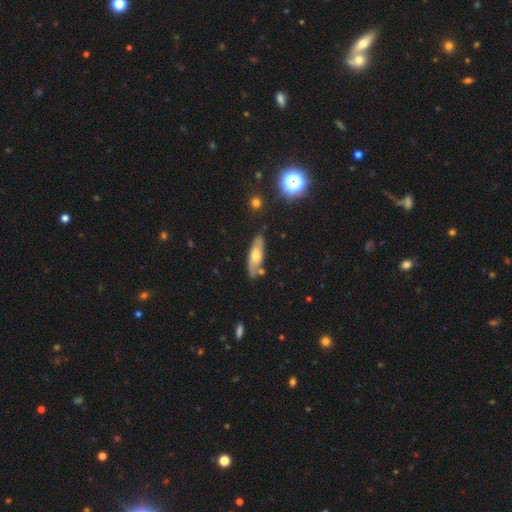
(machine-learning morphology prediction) Smooth or featured? smooth (47%)
Merging? none (75%)